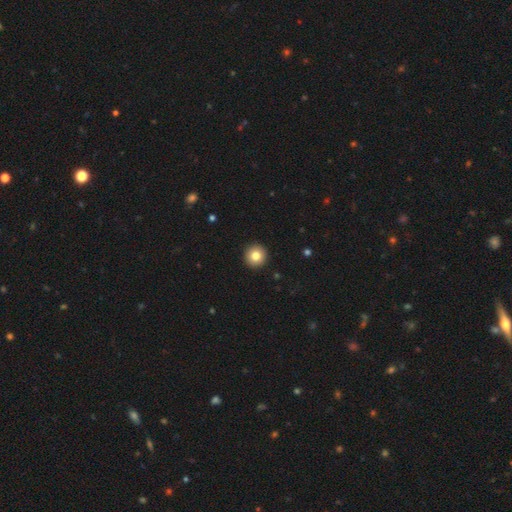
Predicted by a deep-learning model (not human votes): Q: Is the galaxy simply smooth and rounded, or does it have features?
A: smooth — 82%.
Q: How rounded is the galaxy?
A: round — 96%.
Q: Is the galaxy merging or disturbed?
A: none — 94%.